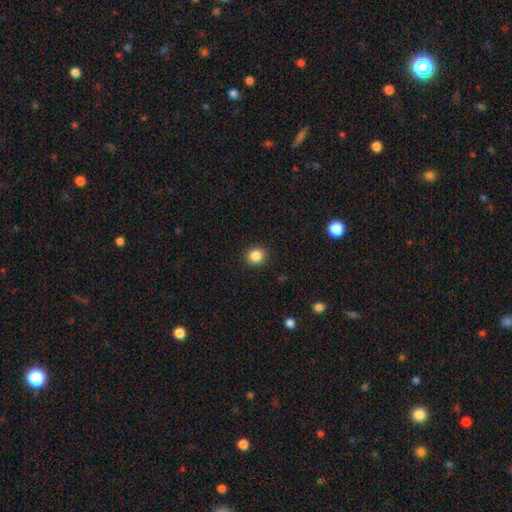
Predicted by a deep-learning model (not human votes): A smooth galaxy with no disk features (86%) that is round (83%).

Vote fractions:
- Smooth or featured? smooth: 86% / star or artifact: 10% / featured or disk: 4%
- How rounded? round: 83% / in between: 16% / cigar-shaped: 1%
- Merging? none: 92% / minor disturbance: 5% / major disturbance: 2% / merger: 1%